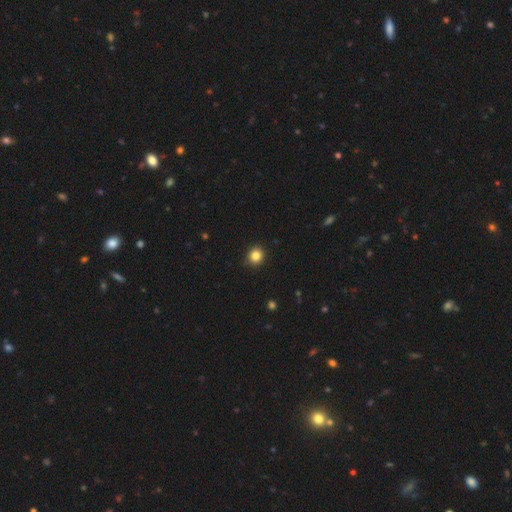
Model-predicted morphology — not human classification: Smooth or featured? Predicted: smooth (p=0.84). How rounded? Predicted: round (p=0.84). Merging? Predicted: none (p=0.89).